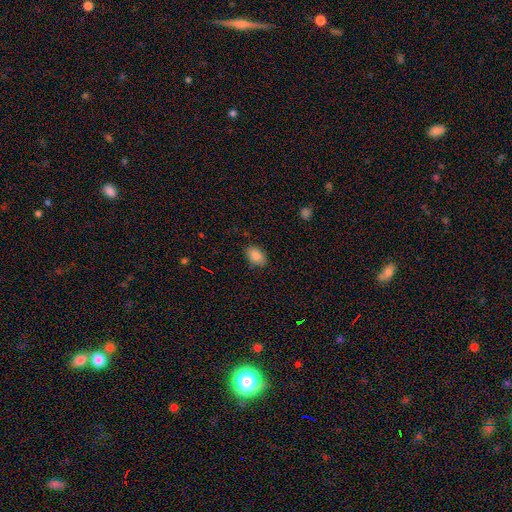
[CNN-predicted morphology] The model was most divided on "merging": none: 84%, minor disturbance: 13%, major disturbance: 3%, merger: 1%. More confident: how rounded — in between (88%); smooth or featured — smooth (86%).